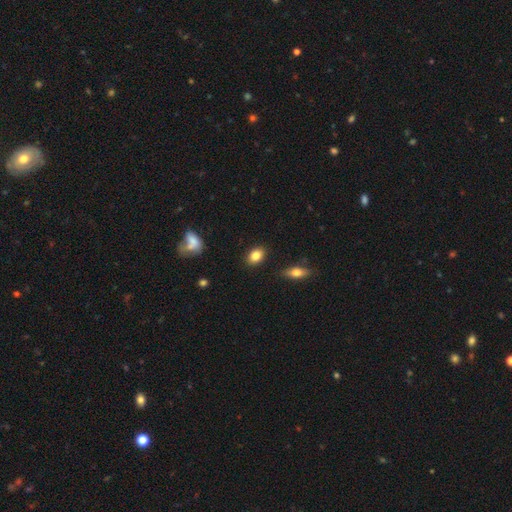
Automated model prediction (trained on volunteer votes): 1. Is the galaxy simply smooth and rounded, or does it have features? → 85% smooth, 8% star or artifact, 7% featured or disk.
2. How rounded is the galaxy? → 73% in between, 25% round, 2% cigar-shaped.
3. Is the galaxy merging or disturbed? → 87% none, 9% minor disturbance, 2% major disturbance, 2% merger.